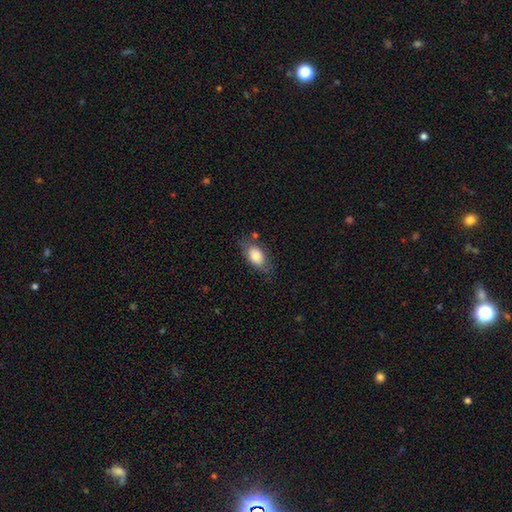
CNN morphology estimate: Smooth or featured: smooth — 79% (featured or disk — 14%)
How rounded: in between — 88% (round — 8%)
Merging: none — 67% (minor disturbance — 22%)